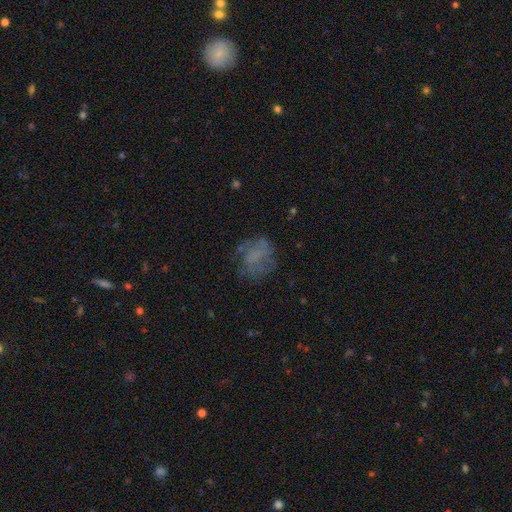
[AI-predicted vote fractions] smooth_or_featured: smooth (p=0.43) [alt: featured or disk p=0.41]
merging: none (p=0.59) [alt: minor disturbance p=0.20]